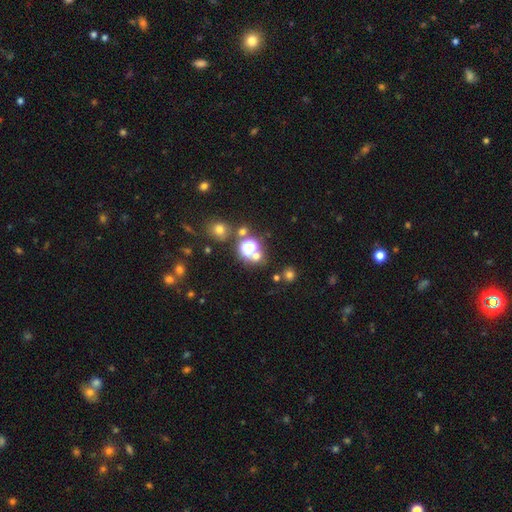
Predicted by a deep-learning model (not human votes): Q: Smooth or featured?
A: star or artifact (47%); runner-up: smooth (45%)